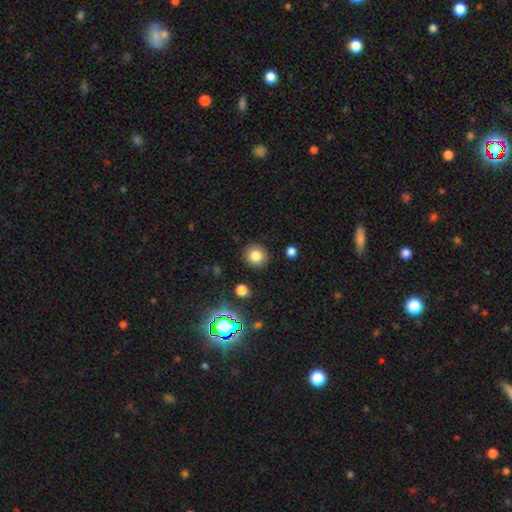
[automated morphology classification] This is likely a smooth galaxy (80%). How rounded: clearly round (90%). Merging: clearly none (89%).